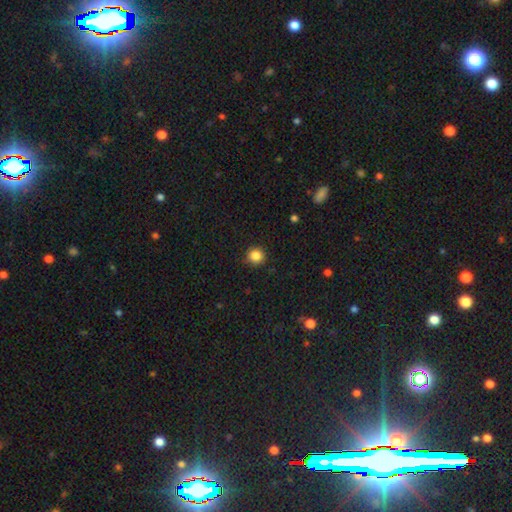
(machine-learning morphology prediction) Smooth or featured?
  - smooth: 85% *
  - star or artifact: 11%
  - featured or disk: 4%
How rounded?
  - round: 94% *
  - in between: 5%
  - cigar-shaped: 1%
Merging?
  - none: 90% *
  - minor disturbance: 8%
  - major disturbance: 2%
  - merger: 1%